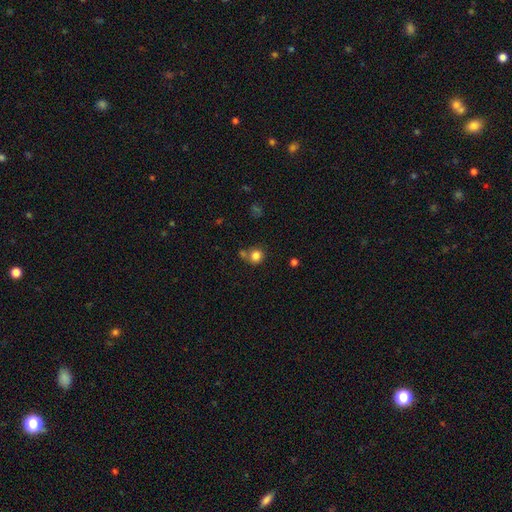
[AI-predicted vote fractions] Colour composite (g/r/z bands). It shows a smooth galaxy with no disk features (82%) that is round (86%). Merging: none (62%).